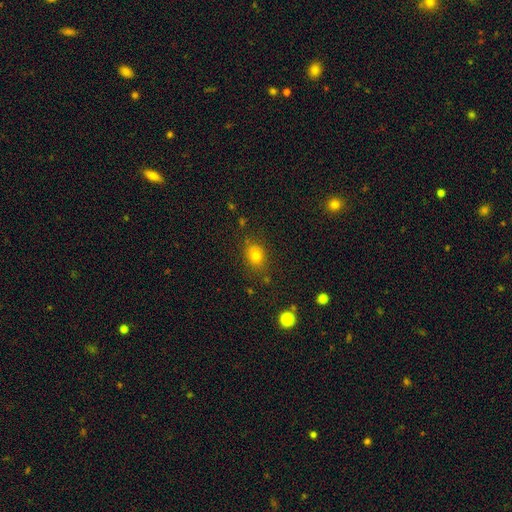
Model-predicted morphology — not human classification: Smooth or featured: smooth — 76% (star or artifact — 14%)
How rounded: in between — 51% (round — 48%)
Merging: none — 79% (minor disturbance — 14%)